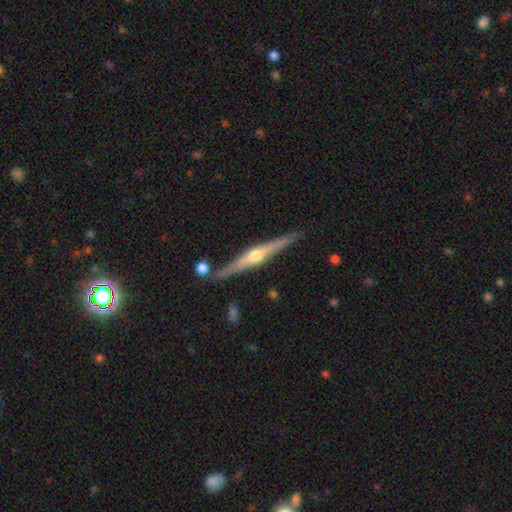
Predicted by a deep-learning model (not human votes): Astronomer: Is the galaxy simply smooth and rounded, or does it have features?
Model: featured or disk — 83%.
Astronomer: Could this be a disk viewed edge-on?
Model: yes — 98%.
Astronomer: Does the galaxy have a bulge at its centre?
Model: rounded — 91%.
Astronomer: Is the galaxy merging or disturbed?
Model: none — 87%.